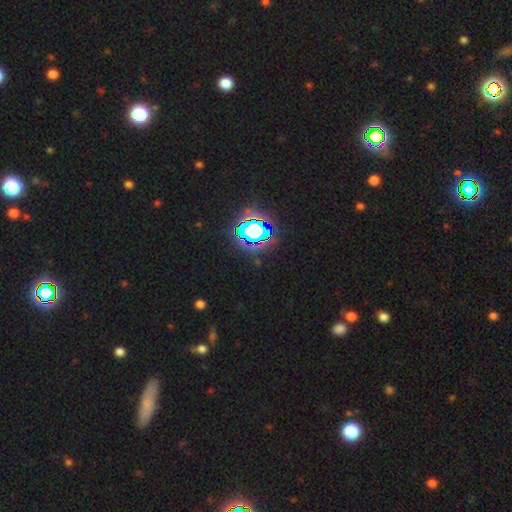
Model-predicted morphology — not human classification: The model was most divided on "smooth or featured": star or artifact: 79%, smooth: 13%, featured or disk: 8%.